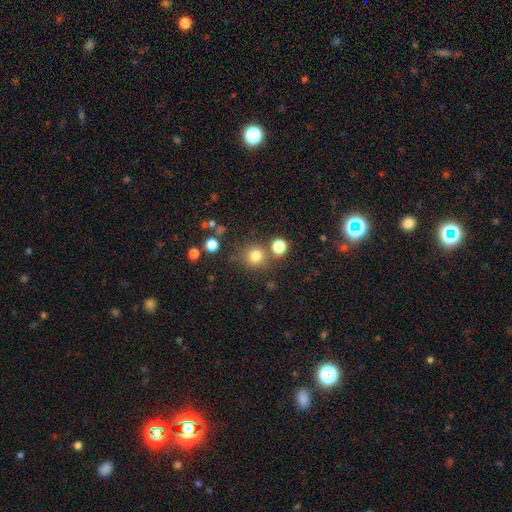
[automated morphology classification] Smooth or featured? Predicted: smooth (p=0.79). How rounded? Predicted: round (p=0.88). Merging? Predicted: none (p=0.72).